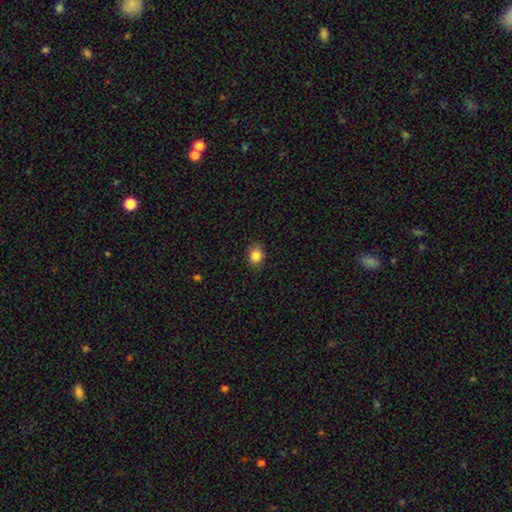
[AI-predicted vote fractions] Morphology: type=smooth (85%); roundness=round (55%); merging=none (87%).